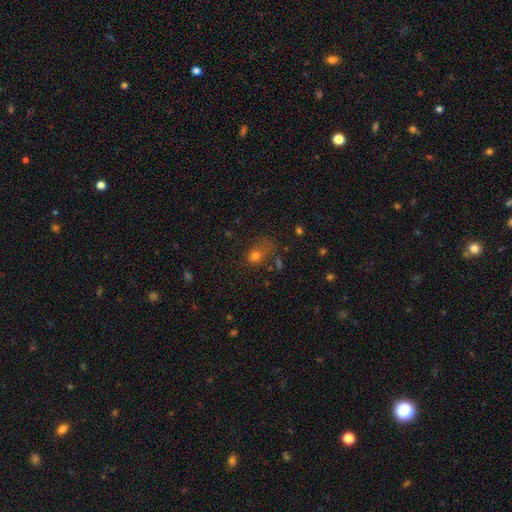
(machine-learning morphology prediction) Q: Smooth or featured?
A: smooth (72%); runner-up: star or artifact (15%)
Q: How rounded?
A: in between (66%); runner-up: round (31%)
Q: Merging?
A: none (38%); runner-up: major disturbance (27%)